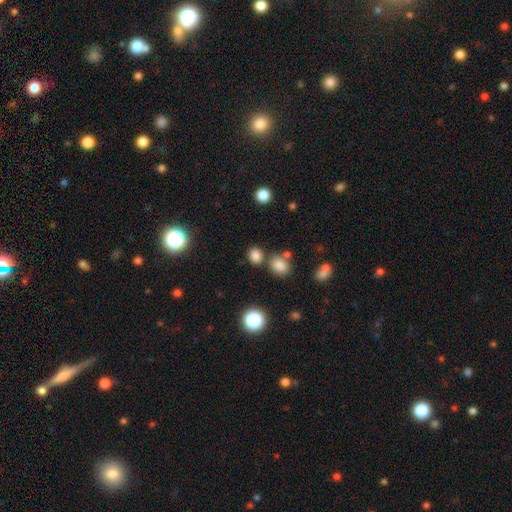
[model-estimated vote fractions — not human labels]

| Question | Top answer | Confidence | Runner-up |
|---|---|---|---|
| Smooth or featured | smooth | 80% | star or artifact (16%) |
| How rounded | round | 67% | in between (32%) |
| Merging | none | 71% | merger (15%) |